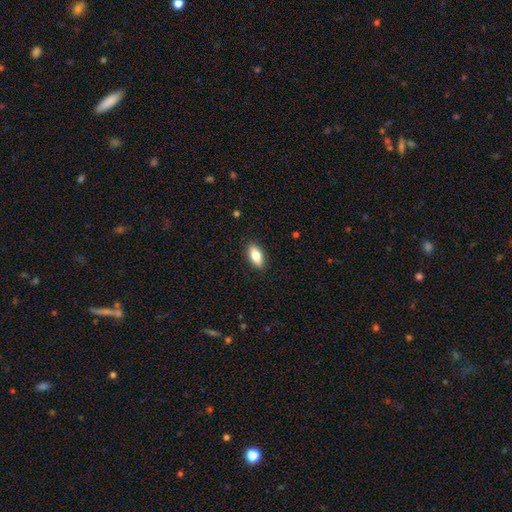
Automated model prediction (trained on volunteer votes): This appears to be a smooth galaxy with no disk features (77%) that is in between round and cigar-shaped (85%). Merging: none (89%).